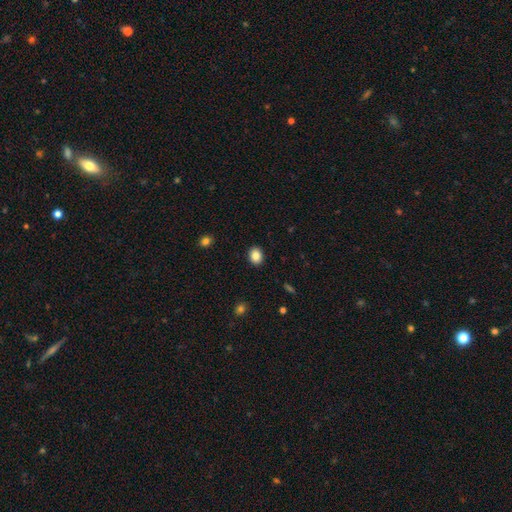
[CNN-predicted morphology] Smooth or featured: smooth — 85% (star or artifact — 10%)
How rounded: in between — 51% (round — 48%)
Merging: none — 90% (minor disturbance — 7%)